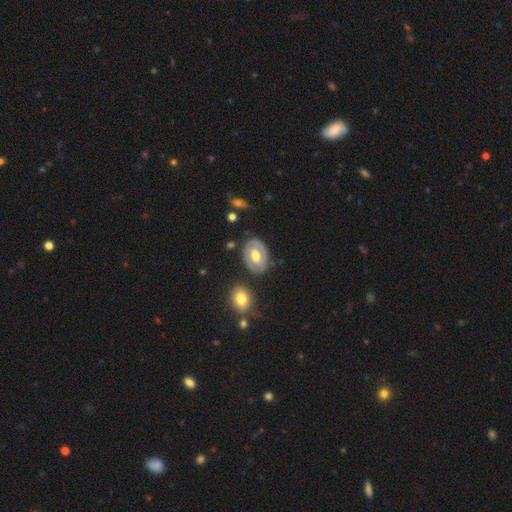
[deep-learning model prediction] smooth_or_featured: featured or disk (p=0.61) [alt: smooth p=0.33]
disk_edge_on: no (p=0.95) [alt: yes p=0.05]
bar: no (p=0.47) [alt: weak p=0.38]
has_spiral_arms: yes (p=0.55) [alt: no p=0.45]
bulge_size: moderate (p=0.68) [alt: large p=0.21]
merging: none (p=0.76) [alt: minor disturbance p=0.15]